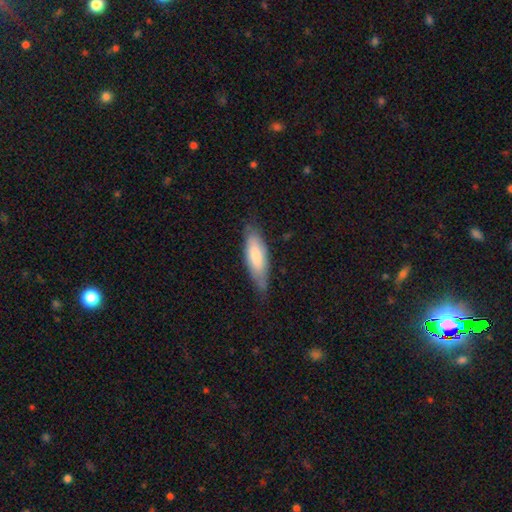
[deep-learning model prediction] Smooth or featured: smooth — 75% (featured or disk — 20%)
How rounded: in between — 58% (cigar-shaped — 41%)
Merging: none — 69% (minor disturbance — 25%)